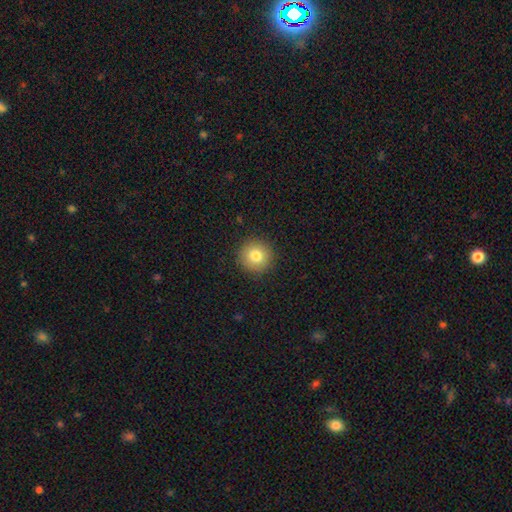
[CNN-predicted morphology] Smooth or featured: smooth — 79% (star or artifact — 11%)
How rounded: round — 95% (in between — 4%)
Merging: none — 91% (minor disturbance — 6%)